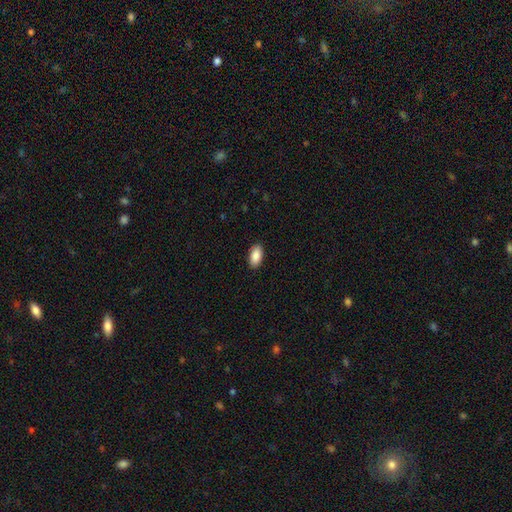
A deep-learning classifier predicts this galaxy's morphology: A smooth galaxy with no disk features (89%) that is in between round and cigar-shaped (94%).

Vote fractions:
- Smooth or featured? smooth: 89% / star or artifact: 6% / featured or disk: 5%
- How rounded? in between: 94% / cigar-shaped: 4% / round: 2%
- Merging? none: 89% / minor disturbance: 8% / major disturbance: 2% / merger: 1%